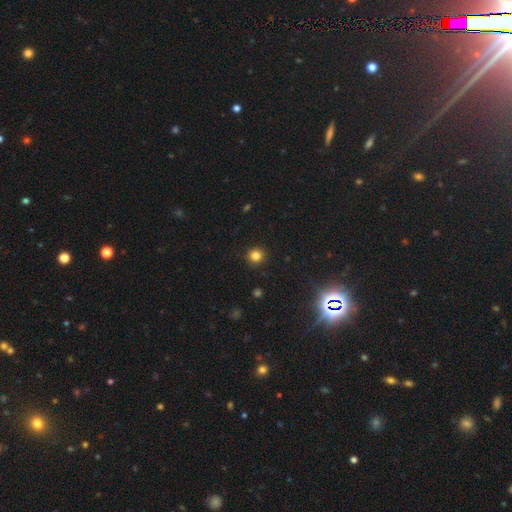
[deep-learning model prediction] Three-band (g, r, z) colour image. It shows a smooth galaxy with no disk features (82%) that is round (93%). Merging: none (91%).